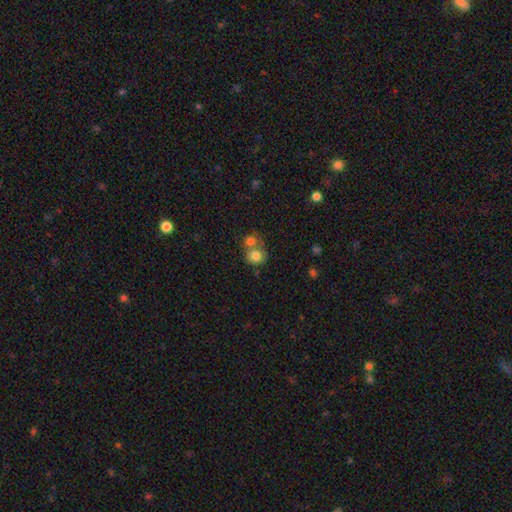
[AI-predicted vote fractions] A smooth galaxy with no disk features (78%) that is round (82%). Merging: merger (49%).